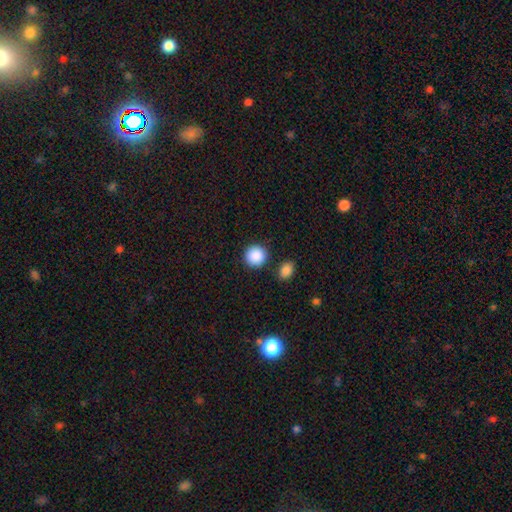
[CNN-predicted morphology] type=smooth (89%); roundness=round (93%); merging=none (85%).